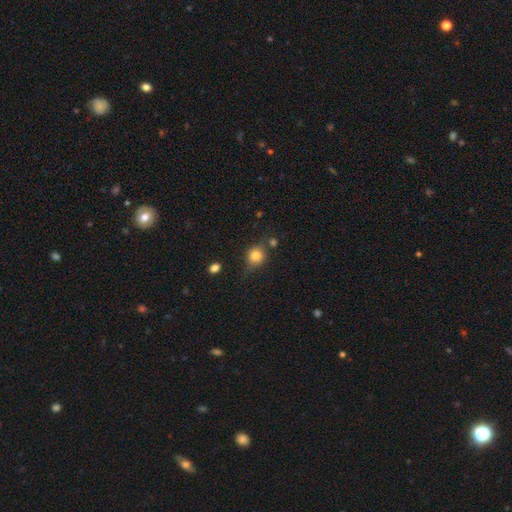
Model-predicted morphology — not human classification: Smooth or featured: smooth — 78% (star or artifact — 11%)
How rounded: round — 77% (in between — 22%)
Merging: none — 65% (minor disturbance — 20%)